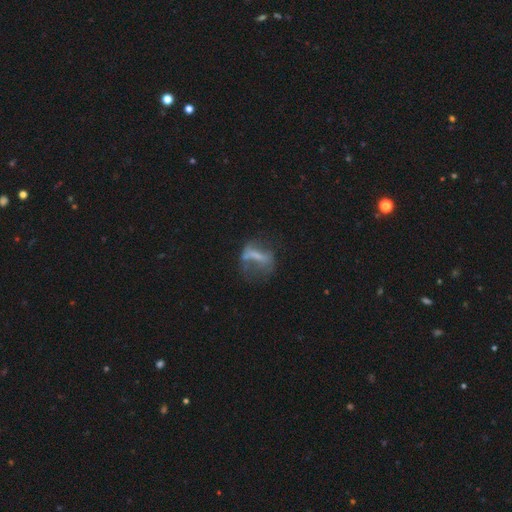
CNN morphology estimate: This is possibly a featured or disk galaxy (51%). It is clearly not viewed edge-on (91%). Merging: marginally major disturbance (37%).